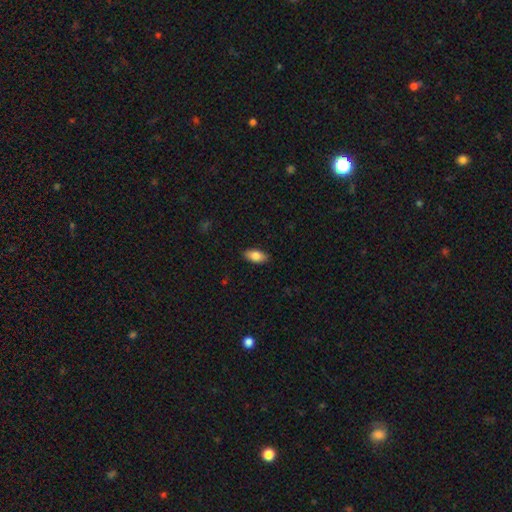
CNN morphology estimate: smooth-or-featured: smooth: 83% | featured or disk: 10% | star or artifact: 7%
  how-rounded: in between: 91% | cigar-shaped: 6% | round: 3%
  merging: none: 88% | minor disturbance: 9% | major disturbance: 2% | merger: 1%